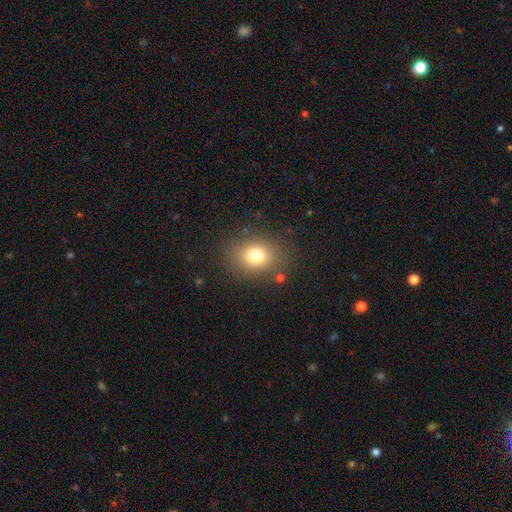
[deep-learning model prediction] Morphology: type=smooth (77%); roundness=round (54%); merging=none (83%).